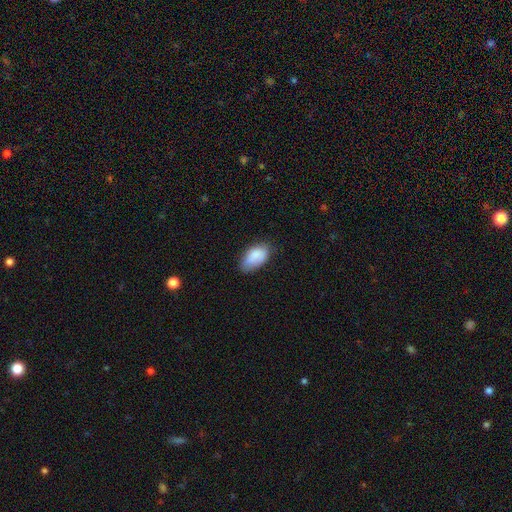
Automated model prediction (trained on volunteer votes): This is clearly a smooth galaxy (84%). How rounded: clearly in between (94%). Merging: likely none (63%).